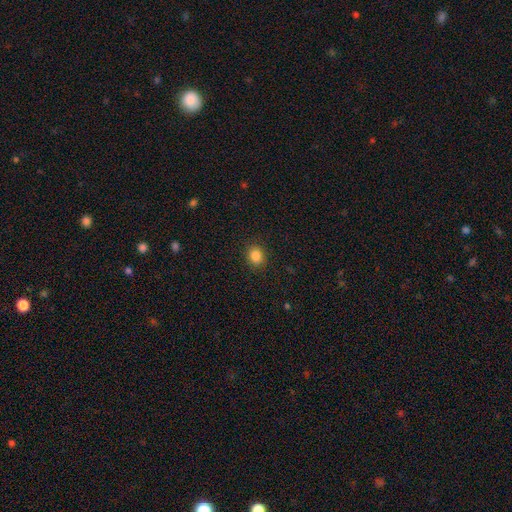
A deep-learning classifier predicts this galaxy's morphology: Smooth or featured?
  - smooth: 86% *
  - star or artifact: 11%
  - featured or disk: 4%
How rounded?
  - round: 67% *
  - in between: 32%
  - cigar-shaped: 1%
Merging?
  - none: 90% *
  - minor disturbance: 7%
  - major disturbance: 2%
  - merger: 1%